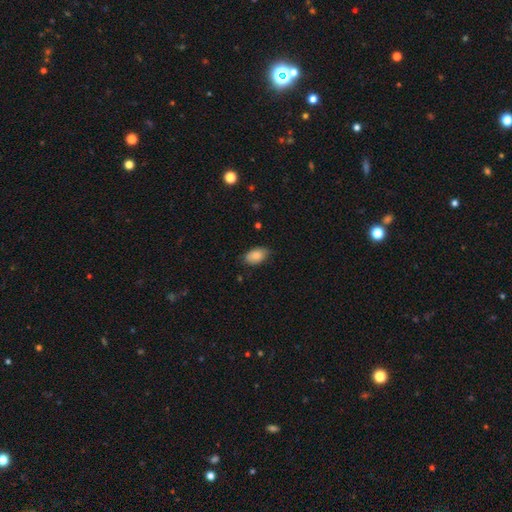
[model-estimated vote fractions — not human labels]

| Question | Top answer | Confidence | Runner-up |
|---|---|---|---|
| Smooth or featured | smooth | 86% | featured or disk (7%) |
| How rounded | in between | 92% | round (6%) |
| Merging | none | 78% | minor disturbance (18%) |